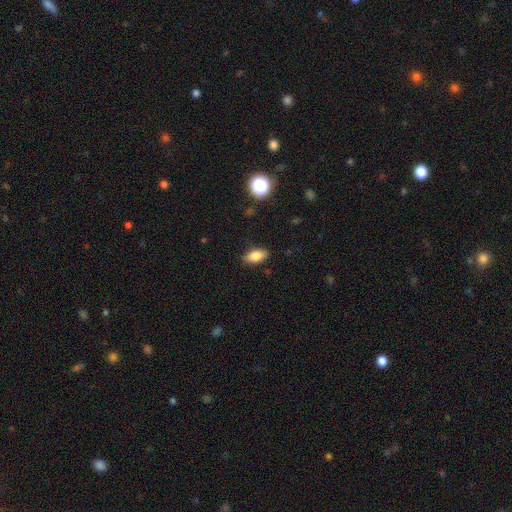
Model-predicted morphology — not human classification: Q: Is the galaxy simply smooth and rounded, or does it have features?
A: smooth — 81%.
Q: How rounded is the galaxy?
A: in between — 89%.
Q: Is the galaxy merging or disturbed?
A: none — 86%.